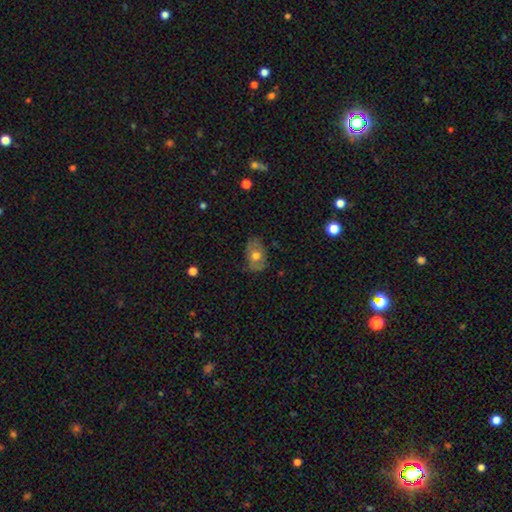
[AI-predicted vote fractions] Morphology: type=smooth (54%); roundness=in between (79%); merging=none (65%).